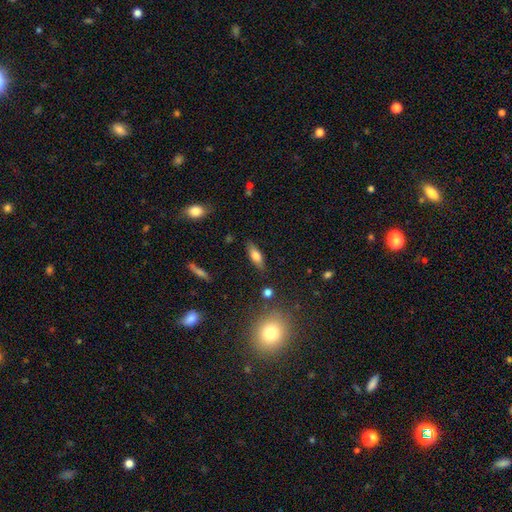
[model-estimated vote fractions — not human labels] smooth 67%, featured or disk 24%, star or artifact 9%. Down the decision tree: how rounded — in between (62%); merging — none (83%).